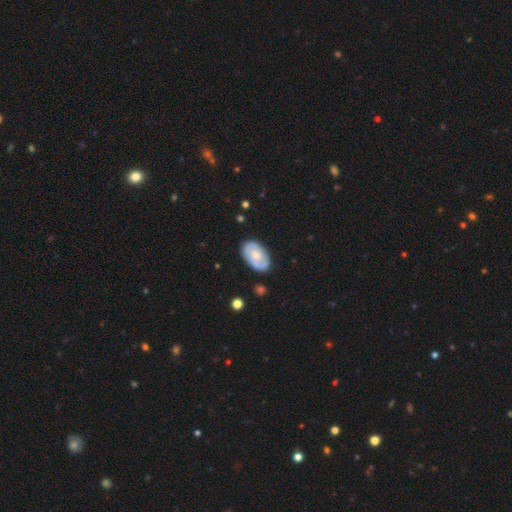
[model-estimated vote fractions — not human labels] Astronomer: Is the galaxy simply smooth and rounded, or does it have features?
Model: smooth — 47%, tied with featured or disk at 47%.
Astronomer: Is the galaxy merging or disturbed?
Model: none — 79%.